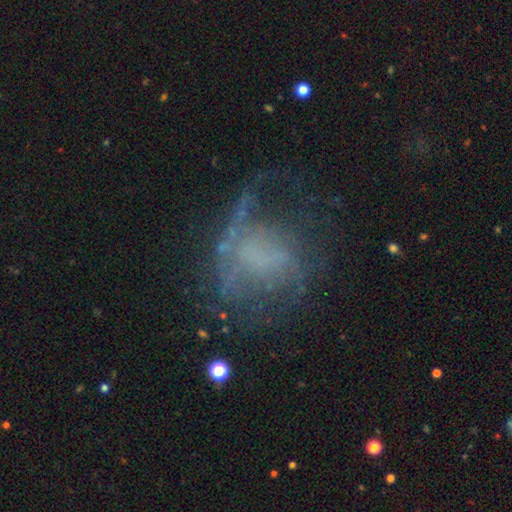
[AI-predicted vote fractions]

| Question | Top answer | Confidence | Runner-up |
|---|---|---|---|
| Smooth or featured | featured or disk | 59% | smooth (24%) |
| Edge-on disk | no | 97% | yes (3%) |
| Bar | no | 77% | weak (18%) |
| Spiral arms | no | 54% | yes (46%) |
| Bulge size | none | 72% | small (13%) |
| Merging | major disturbance | 40% | none (38%) |